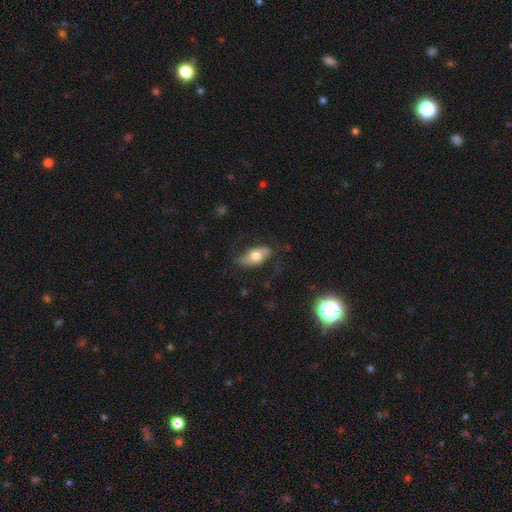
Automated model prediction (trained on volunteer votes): A smooth galaxy with no disk features (55%) that is in between round and cigar-shaped (85%).

Vote fractions:
- Smooth or featured? smooth: 55% / featured or disk: 37% / star or artifact: 7%
- How rounded? in between: 85% / cigar-shaped: 9% / round: 6%
- Merging? none: 66% / minor disturbance: 21% / major disturbance: 11% / merger: 2%